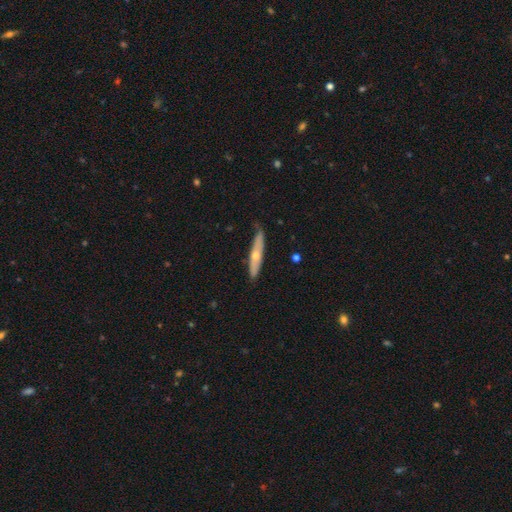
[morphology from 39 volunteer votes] Overall: featured or disk (51%; smooth 41%). Edge-on disk: yes (85%). Edge-on bulge: rounded (94%). Merging: none (100%).